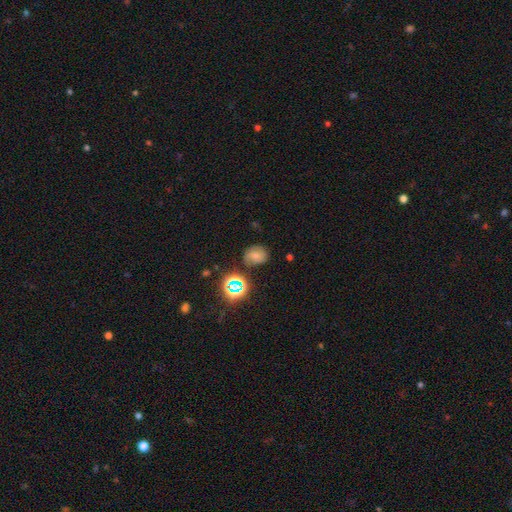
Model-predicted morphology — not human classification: A smooth galaxy with no disk features (44%). Merging: none (70%).